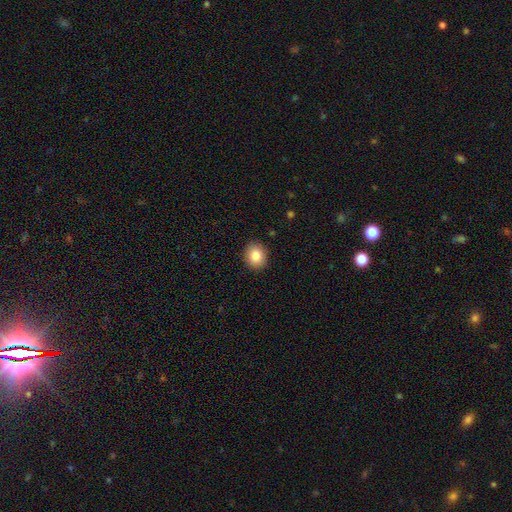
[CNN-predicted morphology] smooth_or_featured: smooth (p=0.85) [alt: star or artifact p=0.08]
how_rounded: round (p=0.67) [alt: in between p=0.32]
merging: none (p=0.90) [alt: minor disturbance p=0.07]